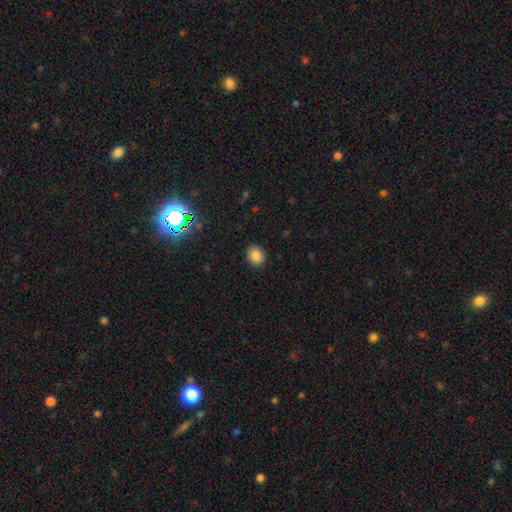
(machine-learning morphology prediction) type=smooth (84%); roundness=round (58%); merging=none (90%).